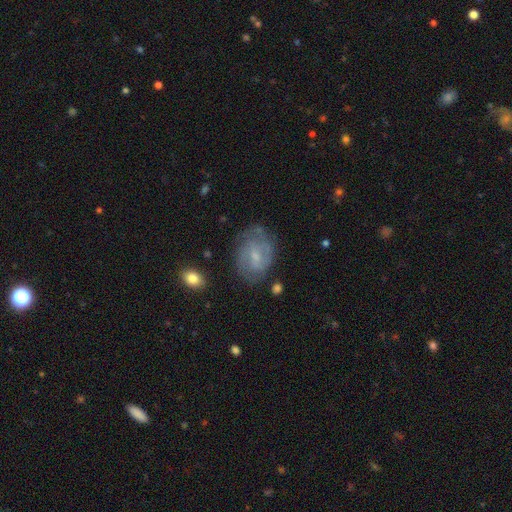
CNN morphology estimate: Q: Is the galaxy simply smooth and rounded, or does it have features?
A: featured or disk — 65%.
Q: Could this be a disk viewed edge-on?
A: no — 97%.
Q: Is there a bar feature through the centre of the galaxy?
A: weak — 52%.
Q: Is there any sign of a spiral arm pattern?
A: yes — 82%.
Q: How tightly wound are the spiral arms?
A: tight — 48%.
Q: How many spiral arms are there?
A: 2 — 46%.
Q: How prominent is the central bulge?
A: small — 61%.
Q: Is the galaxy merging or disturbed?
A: none — 68%.